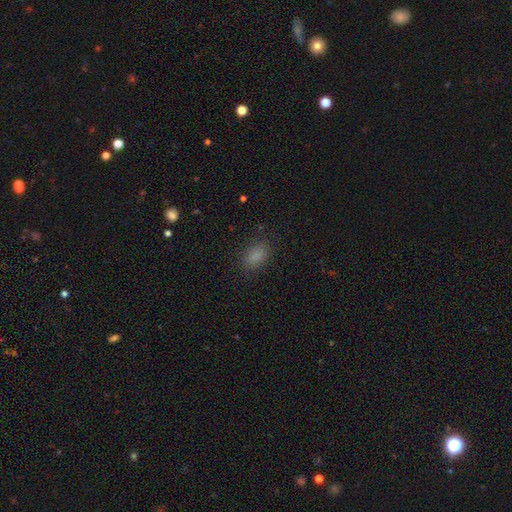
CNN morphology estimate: Q: Smooth or featured?
A: smooth (84%); runner-up: star or artifact (12%)
Q: How rounded?
A: in between (88%); runner-up: round (9%)
Q: Merging?
A: none (84%); runner-up: minor disturbance (11%)